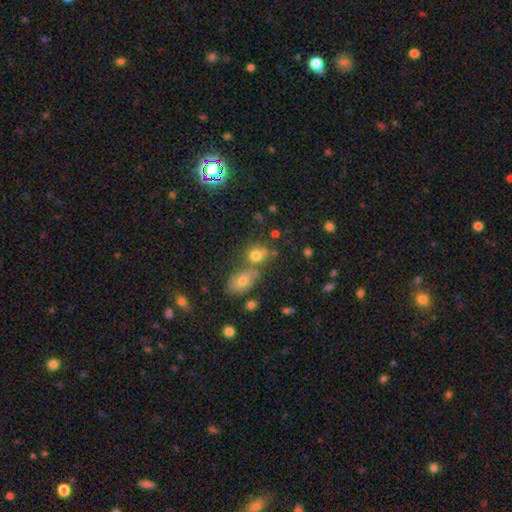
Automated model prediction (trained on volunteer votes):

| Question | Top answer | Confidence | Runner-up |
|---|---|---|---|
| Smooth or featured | smooth | 75% | star or artifact (13%) |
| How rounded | round | 61% | in between (37%) |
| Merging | none | 49% | merger (33%) |